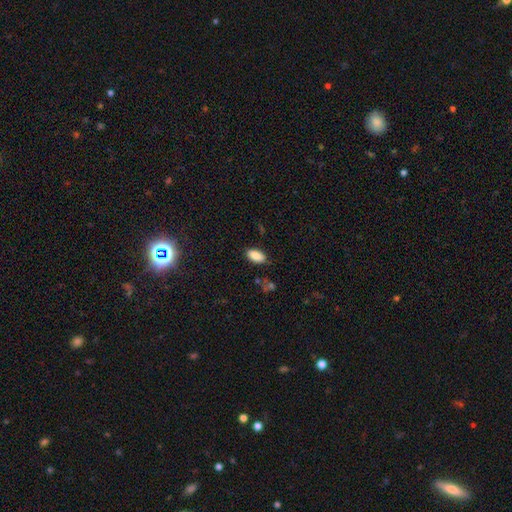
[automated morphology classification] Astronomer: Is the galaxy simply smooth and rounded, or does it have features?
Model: smooth — 88%.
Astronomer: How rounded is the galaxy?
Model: in between — 93%.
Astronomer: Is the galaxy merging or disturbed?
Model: none — 82%.